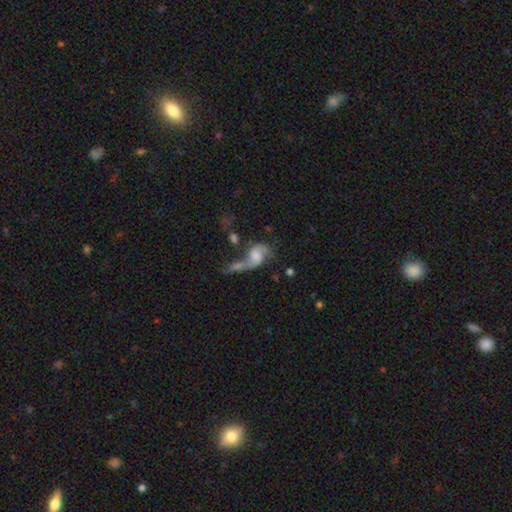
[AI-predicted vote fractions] featured or disk 63%, smooth 27%, star or artifact 9%. Down the decision tree: edge-on disk — no (96%); bar — no (64%); spiral arms — yes (86%); spiral arm count — 2 (80%); spiral winding — loose (59%); bulge size — none (30%); merging — merger (48%).